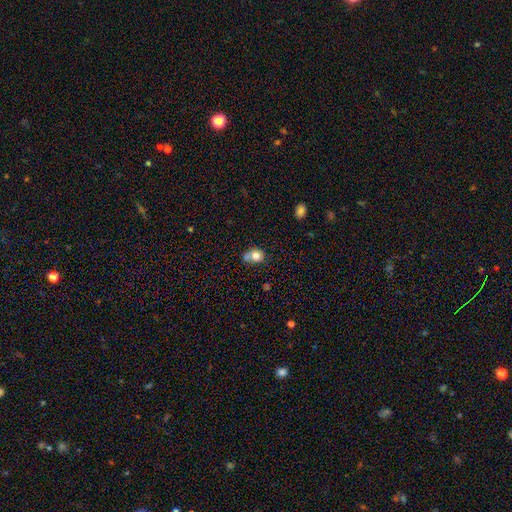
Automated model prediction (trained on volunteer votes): Smooth or featured? Predicted: smooth (p=0.77). How rounded? Predicted: round (p=0.67). Merging? Predicted: none (p=0.45).